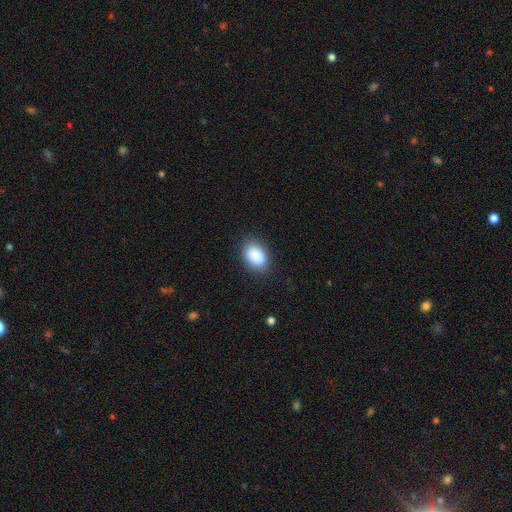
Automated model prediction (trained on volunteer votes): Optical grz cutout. It shows a smooth galaxy with no disk features (88%) that is in between round and cigar-shaped (85%). Merging: none (83%).